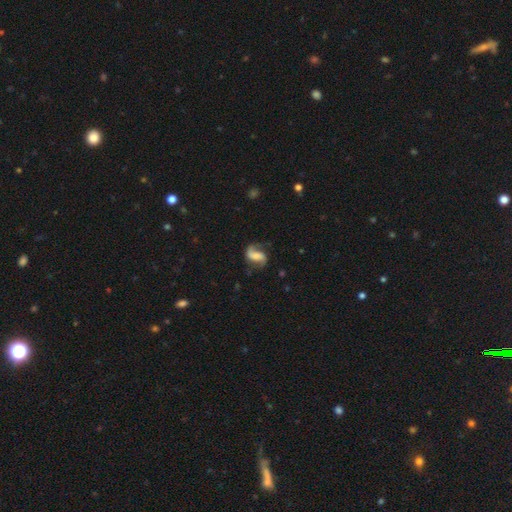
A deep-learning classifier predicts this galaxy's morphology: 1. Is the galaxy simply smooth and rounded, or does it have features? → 78% featured or disk, 15% smooth, 7% star or artifact.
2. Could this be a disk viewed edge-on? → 97% no, 3% yes.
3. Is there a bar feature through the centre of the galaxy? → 41% weak, 33% no, 26% strong.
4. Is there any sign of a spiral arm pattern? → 95% yes, 5% no.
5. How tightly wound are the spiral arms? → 52% loose, 38% medium, 10% tight.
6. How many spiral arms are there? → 87% 2, 8% 1, 3% can't tell, 1% 3, 1% 4, 1% more than 4.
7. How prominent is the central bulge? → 27% moderate (tied), 27% none (tied), 26% small, 16% large, 3% dominant.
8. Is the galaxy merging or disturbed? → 68% none, 18% minor disturbance, 12% major disturbance, 2% merger.